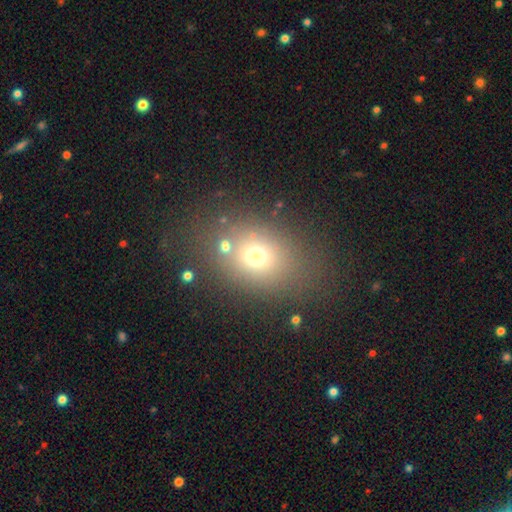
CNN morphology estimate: type=smooth (66%); roundness=in between (52%); merging=none (71%).